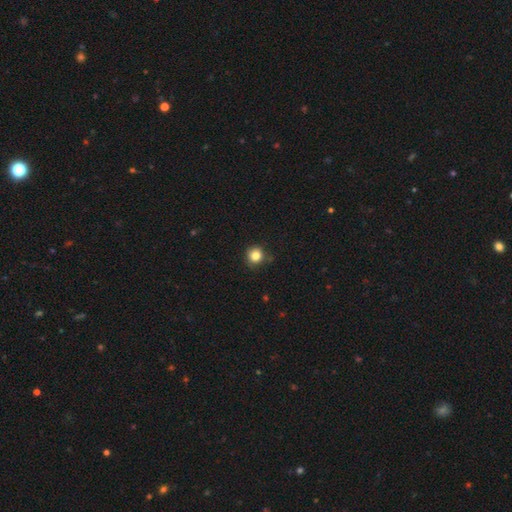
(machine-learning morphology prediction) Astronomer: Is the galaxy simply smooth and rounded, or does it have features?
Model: smooth — 83%.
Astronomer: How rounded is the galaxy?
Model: round — 92%.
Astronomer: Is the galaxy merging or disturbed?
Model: none — 81%.